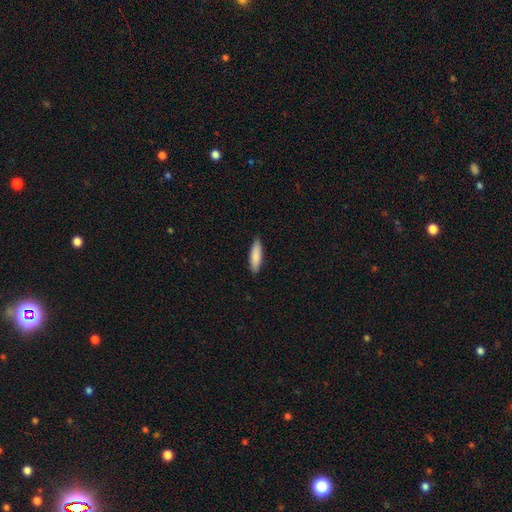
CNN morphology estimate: smooth 86%, featured or disk 8%, star or artifact 5%. Down the decision tree: how rounded — cigar-shaped (66%); merging — none (89%).